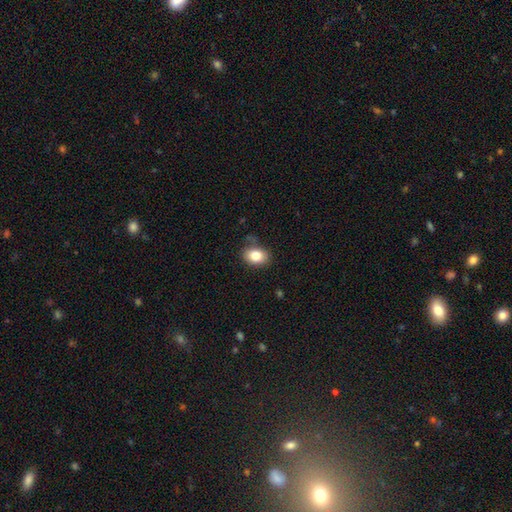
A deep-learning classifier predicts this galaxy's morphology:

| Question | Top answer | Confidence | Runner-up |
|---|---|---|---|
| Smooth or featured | smooth | 82% | featured or disk (9%) |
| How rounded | in between | 73% | round (26%) |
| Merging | none | 78% | minor disturbance (16%) |